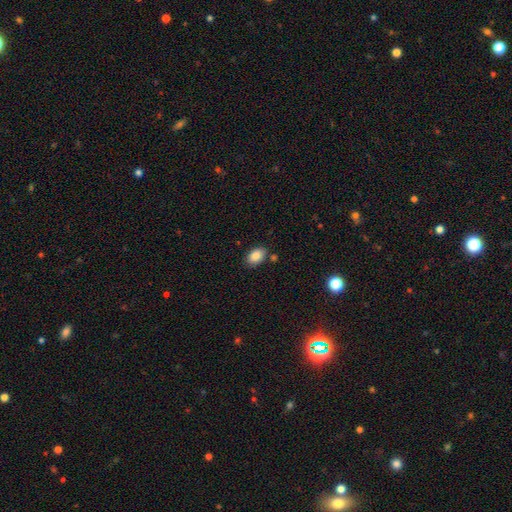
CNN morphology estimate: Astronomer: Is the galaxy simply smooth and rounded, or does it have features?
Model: smooth — 87%.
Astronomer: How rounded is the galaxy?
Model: in between — 86%.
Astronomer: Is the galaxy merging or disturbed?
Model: none — 80%.